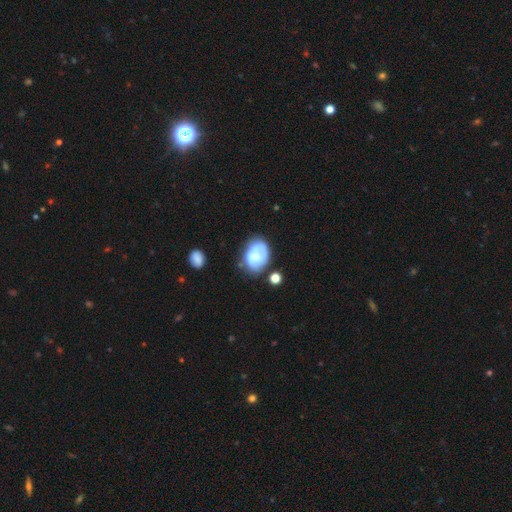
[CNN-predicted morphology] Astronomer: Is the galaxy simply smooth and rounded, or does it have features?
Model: smooth — 50% (runner-up: featured or disk, 42%).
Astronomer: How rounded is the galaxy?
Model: in between — 71%.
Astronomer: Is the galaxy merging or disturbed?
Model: none — 50% (runner-up: minor disturbance, 28%).